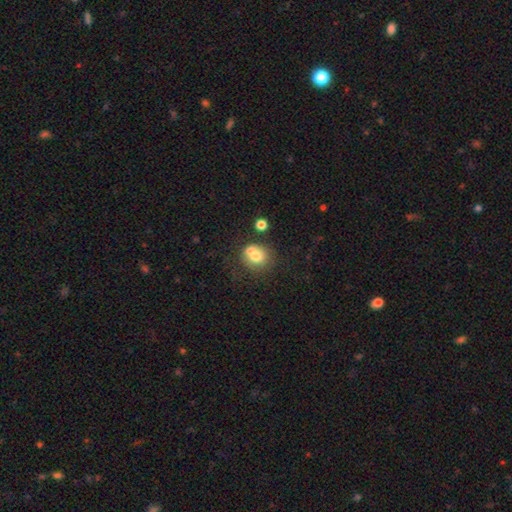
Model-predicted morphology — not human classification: Smooth or featured: smooth — 71% (featured or disk — 19%)
How rounded: round — 82% (in between — 17%)
Merging: none — 46% (merger — 36%)